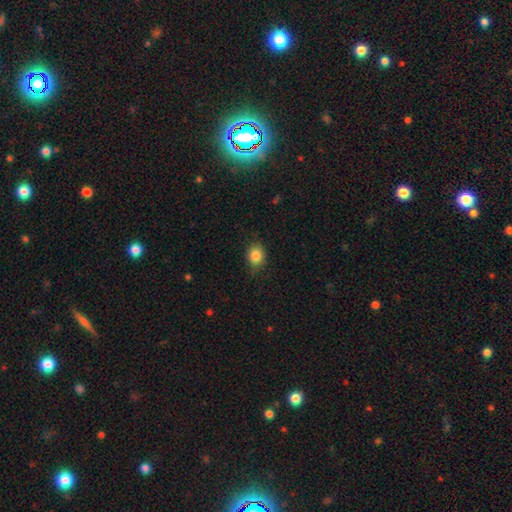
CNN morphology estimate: smooth-or-featured: smooth: 86% | star or artifact: 9% | featured or disk: 5%
  how-rounded: round: 57% | in between: 42% | cigar-shaped: 1%
  merging: none: 80% | minor disturbance: 16% | major disturbance: 3% | merger: 1%